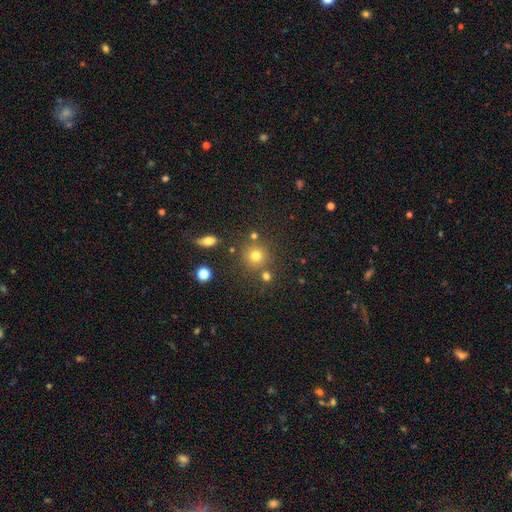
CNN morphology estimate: Smooth or featured: smooth — 74% (star or artifact — 17%)
How rounded: round — 92% (in between — 7%)
Merging: none — 78% (minor disturbance — 9%)